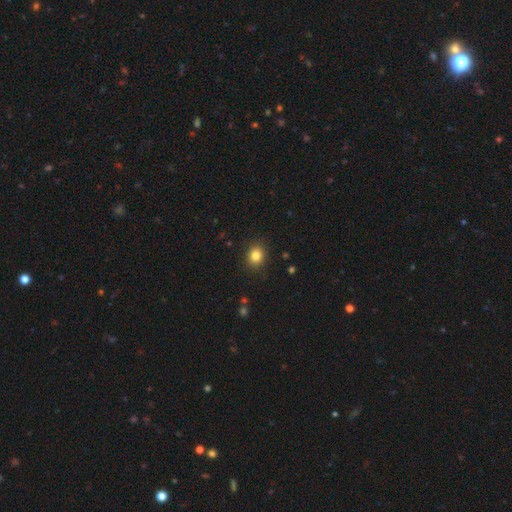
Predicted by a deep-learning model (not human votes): A smooth galaxy with no disk features (83%) that is round (69%).

Vote fractions:
- Smooth or featured? smooth: 83% / star or artifact: 11% / featured or disk: 6%
- How rounded? round: 69% / in between: 30% / cigar-shaped: 1%
- Merging? none: 89% / minor disturbance: 8% / major disturbance: 2% / merger: 1%